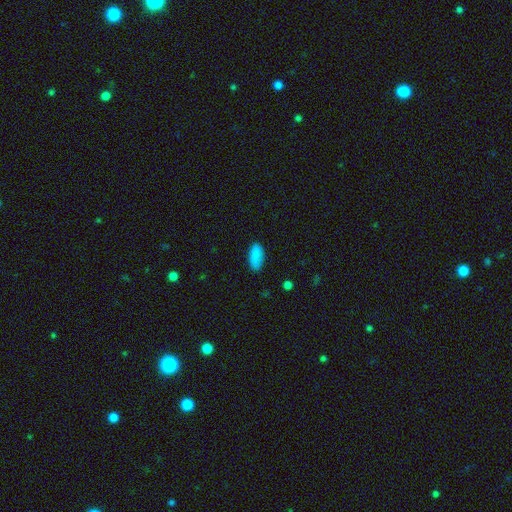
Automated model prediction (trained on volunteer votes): The model was most divided on "merging": none: 86%, minor disturbance: 11%, major disturbance: 2%, merger: 1%. More confident: how rounded — in between (91%); smooth or featured — smooth (88%).